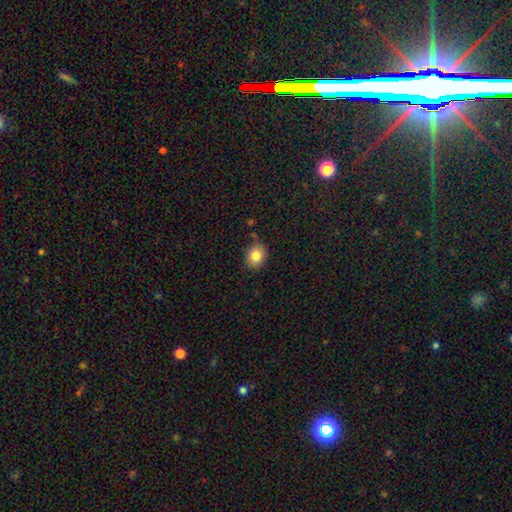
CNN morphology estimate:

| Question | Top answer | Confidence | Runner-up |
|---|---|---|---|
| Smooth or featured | smooth | 82% | star or artifact (10%) |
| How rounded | round | 60% | in between (39%) |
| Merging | none | 84% | minor disturbance (12%) |